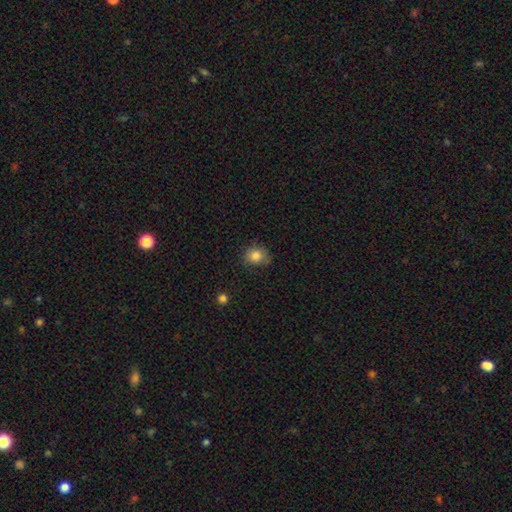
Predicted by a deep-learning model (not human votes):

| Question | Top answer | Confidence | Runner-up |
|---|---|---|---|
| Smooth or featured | smooth | 83% | star or artifact (11%) |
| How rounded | round | 74% | in between (25%) |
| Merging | none | 74% | minor disturbance (21%) |